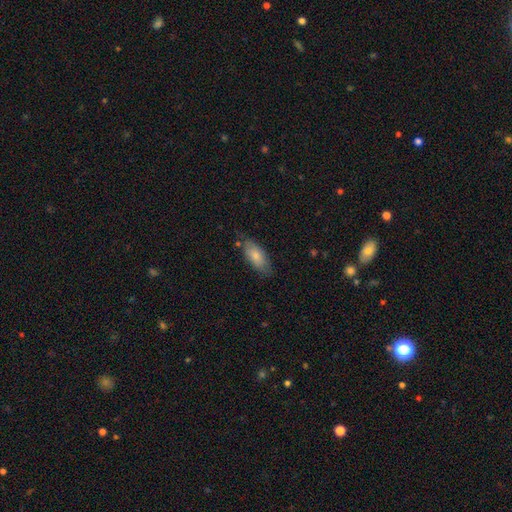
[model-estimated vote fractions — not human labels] A smooth galaxy with no disk features (79%) that is in between round and cigar-shaped (84%). Merging: none (72%).